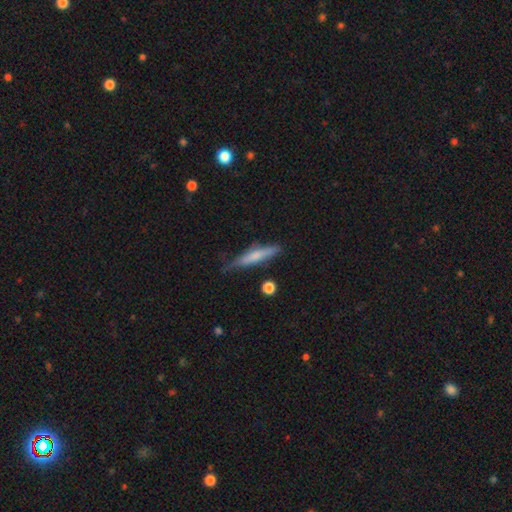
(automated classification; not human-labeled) smooth_or_featured: smooth (p=0.58) [alt: featured or disk p=0.35]
how_rounded: cigar-shaped (p=0.89) [alt: in between p=0.10]
merging: none (p=0.69) [alt: minor disturbance p=0.23]